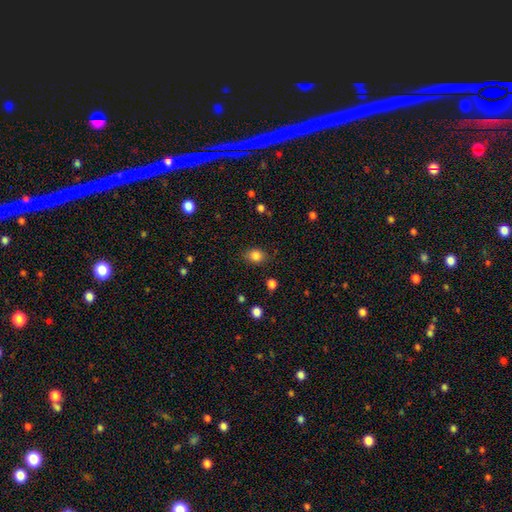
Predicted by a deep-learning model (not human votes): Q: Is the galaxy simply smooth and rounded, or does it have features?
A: smooth — 84%.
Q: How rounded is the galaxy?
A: in between — 56%.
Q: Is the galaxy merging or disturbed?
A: none — 80%.